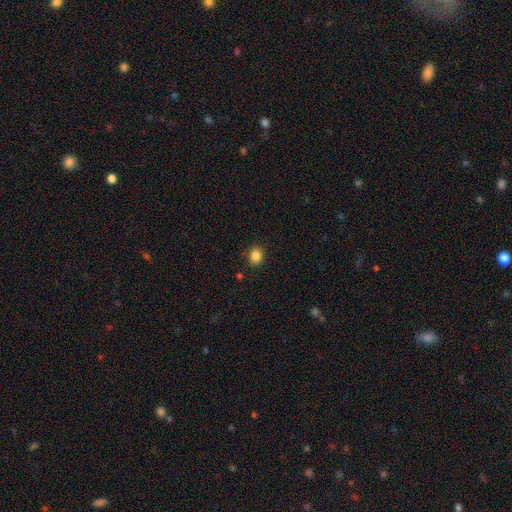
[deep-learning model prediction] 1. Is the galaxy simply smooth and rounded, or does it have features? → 86% smooth, 10% star or artifact, 4% featured or disk.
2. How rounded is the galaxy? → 50% round, 49% in between, 1% cigar-shaped.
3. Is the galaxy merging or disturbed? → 87% none, 9% minor disturbance, 2% major disturbance, 2% merger.